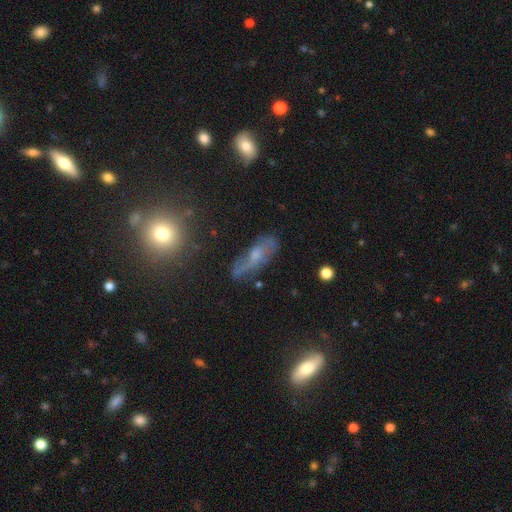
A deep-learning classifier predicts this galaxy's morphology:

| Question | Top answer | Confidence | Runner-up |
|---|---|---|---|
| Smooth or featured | featured or disk | 58% | smooth (29%) |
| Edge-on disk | no | 76% | yes (24%) |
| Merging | none | 63% | minor disturbance (22%) |